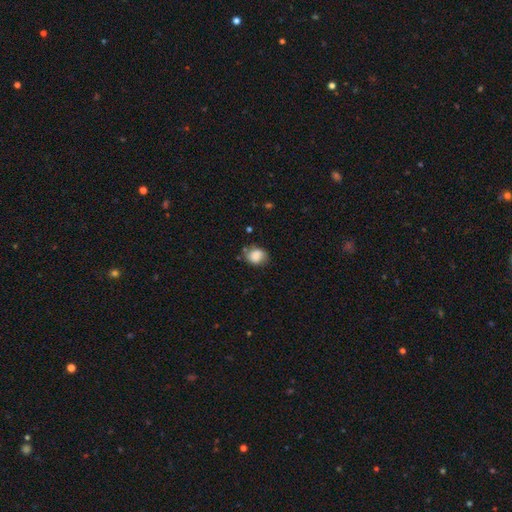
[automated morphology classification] This appears to be a smooth galaxy with no disk features (80%) that is round (57%). Merging: none (61%).